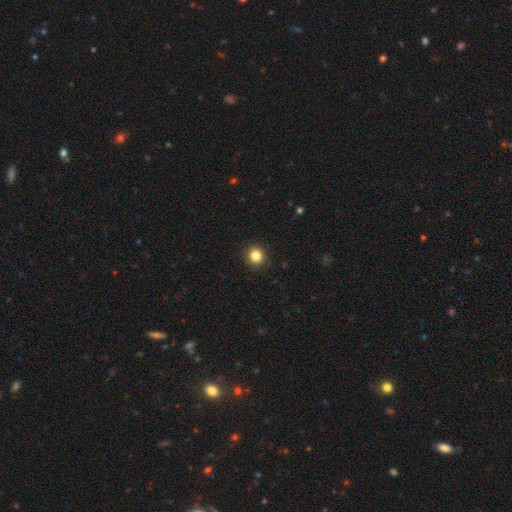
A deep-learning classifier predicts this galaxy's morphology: This is clearly a smooth galaxy (84%). How rounded: clearly round (92%). Merging: clearly none (92%).